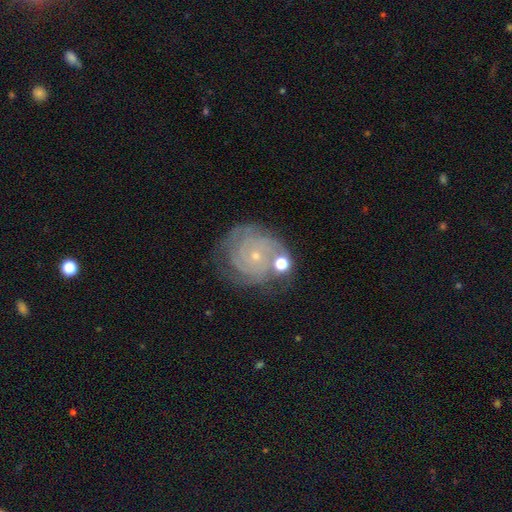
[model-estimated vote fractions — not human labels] Q: Smooth or featured?
A: featured or disk (83%); runner-up: smooth (10%)
Q: Edge-on disk?
A: no (98%); runner-up: yes (2%)
Q: Bar?
A: no (81%); runner-up: weak (15%)
Q: Spiral arms?
A: yes (95%); runner-up: no (5%)
Q: Spiral winding?
A: tight (80%); runner-up: medium (16%)
Q: Spiral arm count?
A: can't tell (28%); runner-up: 3 (25%)
Q: Bulge size?
A: small (81%); runner-up: moderate (15%)
Q: Merging?
A: none (67%); runner-up: minor disturbance (17%)